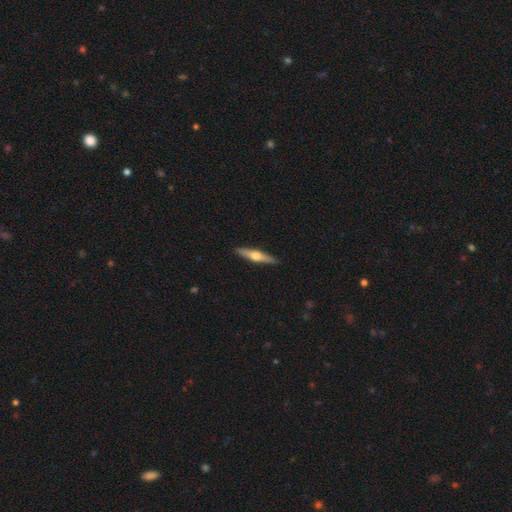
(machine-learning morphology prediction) Smooth or featured? featured or disk (60%)
Edge-on disk? yes (96%)
Edge-on bulge? rounded (94%)
Merging? none (91%)